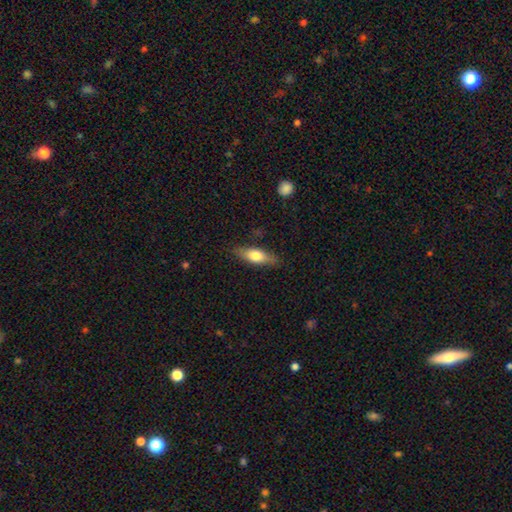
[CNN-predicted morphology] smooth_or_featured: smooth (p=0.64) [alt: featured or disk p=0.30]
how_rounded: in between (p=0.57) [alt: cigar-shaped p=0.40]
merging: none (p=0.82) [alt: minor disturbance p=0.14]